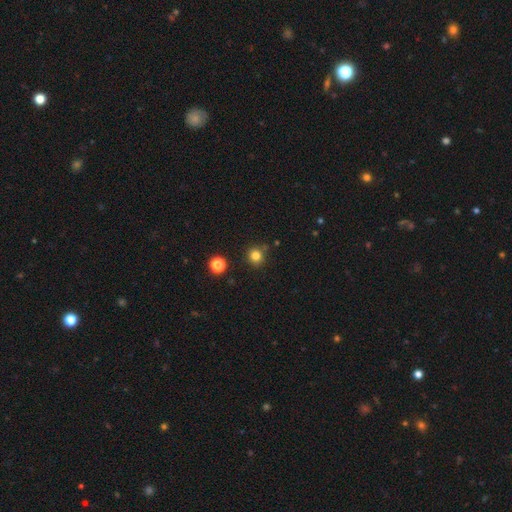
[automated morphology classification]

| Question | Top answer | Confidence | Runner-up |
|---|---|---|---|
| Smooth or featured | smooth | 81% | star or artifact (14%) |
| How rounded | round | 92% | in between (7%) |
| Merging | none | 83% | minor disturbance (10%) |